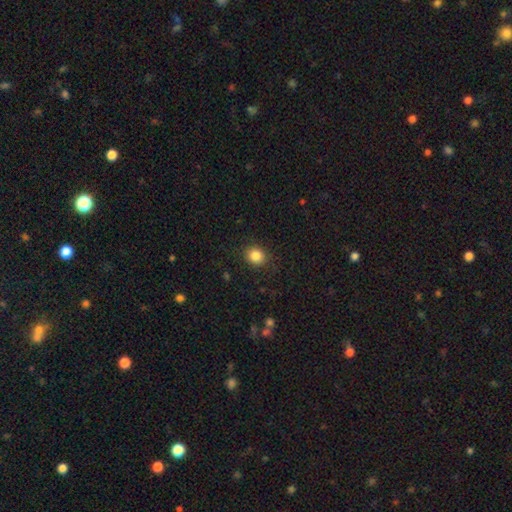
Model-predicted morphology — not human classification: smooth 85%, star or artifact 10%, featured or disk 5%. Down the decision tree: how rounded — round (73%); merging — none (87%).